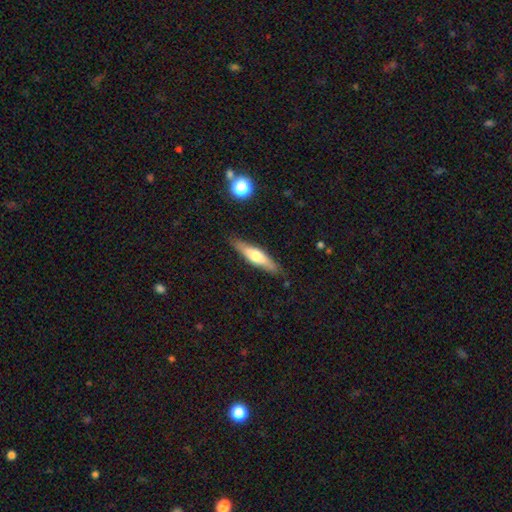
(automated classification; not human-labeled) A smooth galaxy with no disk features (49%).

Vote fractions:
- Smooth or featured? smooth: 49% / featured or disk: 45% / star or artifact: 6%
- Merging? none: 86% / minor disturbance: 10% / major disturbance: 2% / merger: 1%